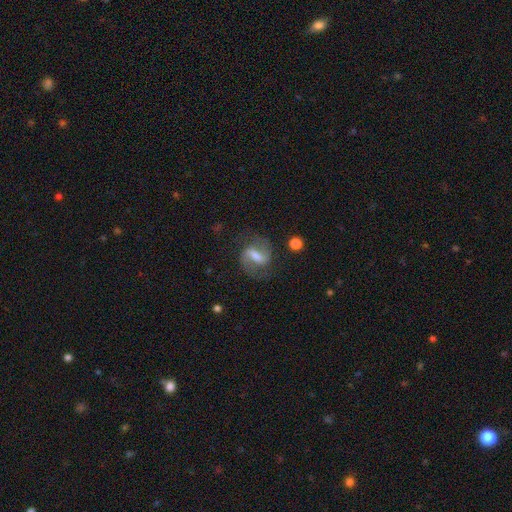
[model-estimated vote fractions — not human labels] Overall: featured or disk (79%). Edge-on disk: no (96%). Bar: strong (51%; weak 40%). Spiral arms: yes (94%). Spiral arm count: 2 (91%). Spiral winding: medium (55%; loose 30%). Bulge size: moderate (42%; small 30%). Merging: none (73%).